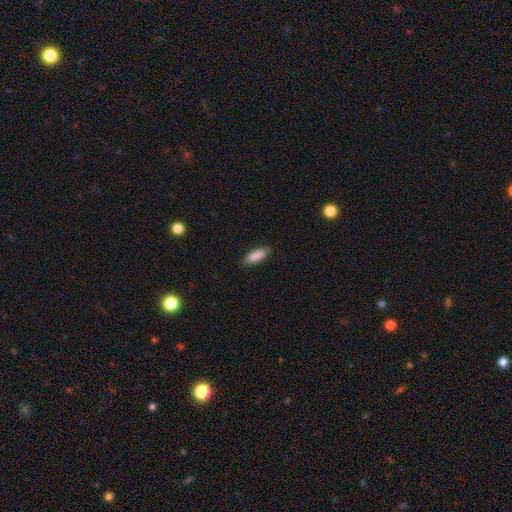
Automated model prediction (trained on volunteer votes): Q: Smooth or featured?
A: smooth (88%); runner-up: star or artifact (6%)
Q: How rounded?
A: in between (61%); runner-up: cigar-shaped (37%)
Q: Merging?
A: none (85%); runner-up: minor disturbance (12%)